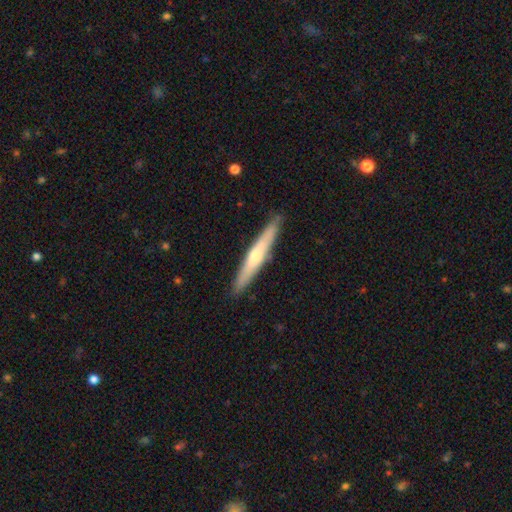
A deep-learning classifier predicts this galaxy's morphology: Smooth or featured: featured or disk — 50% (smooth — 45%)
Merging: none — 89% (minor disturbance — 9%)